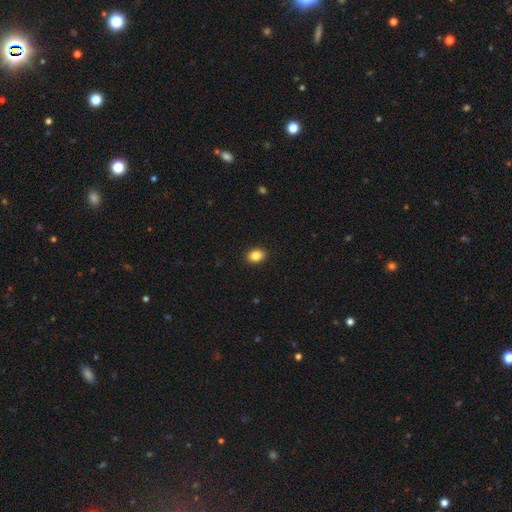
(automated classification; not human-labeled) Smooth or featured: smooth — 86% (star or artifact — 9%)
How rounded: in between — 62% (round — 37%)
Merging: none — 91% (minor disturbance — 6%)